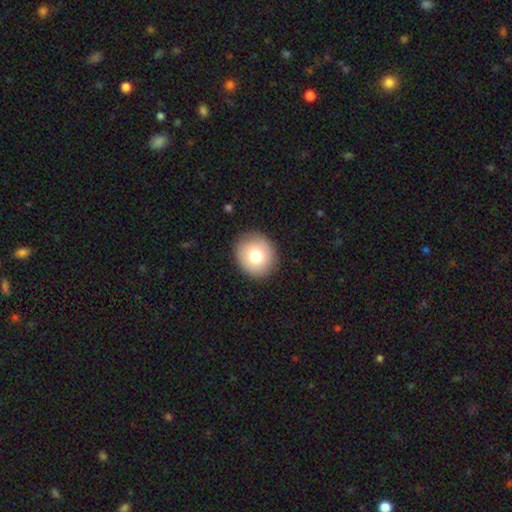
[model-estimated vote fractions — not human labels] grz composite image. It shows a smooth galaxy with no disk features (77%) that is round (82%). Merging: none (89%).